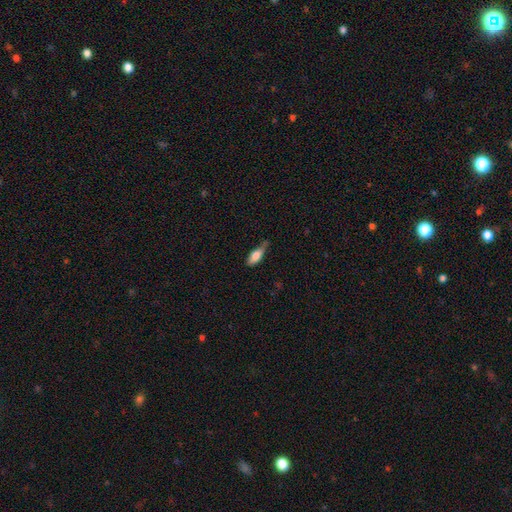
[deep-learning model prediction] Q: Smooth or featured?
A: smooth (75%); runner-up: featured or disk (18%)
Q: How rounded?
A: in between (70%); runner-up: cigar-shaped (28%)
Q: Merging?
A: none (48%); runner-up: minor disturbance (40%)